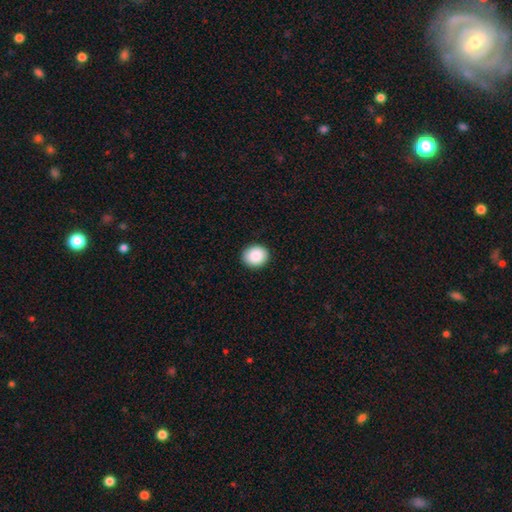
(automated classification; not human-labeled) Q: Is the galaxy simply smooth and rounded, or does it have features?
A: smooth — 89%.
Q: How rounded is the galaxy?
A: round — 70%.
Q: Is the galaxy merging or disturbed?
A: none — 91%.